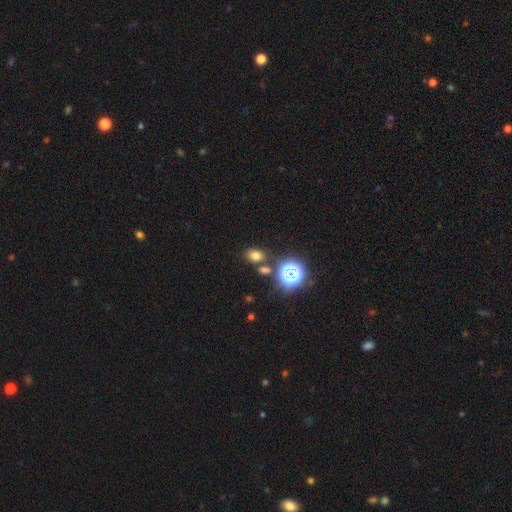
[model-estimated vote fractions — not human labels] This appears to be a smooth galaxy with no disk features (68%) that is in between round and cigar-shaped (67%). Merging: none (75%).